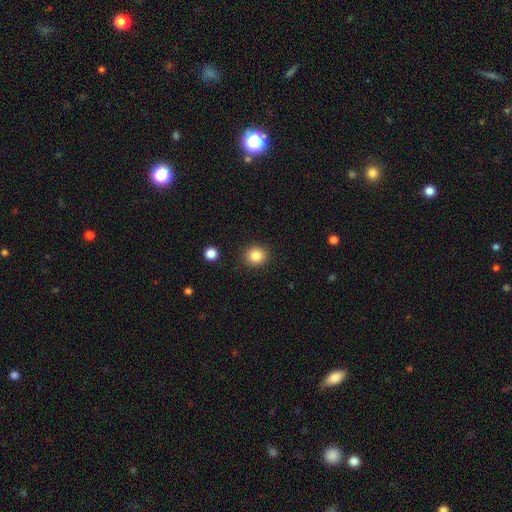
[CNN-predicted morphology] Smooth or featured?
  - smooth: 85% *
  - star or artifact: 10%
  - featured or disk: 5%
How rounded?
  - round: 81% *
  - in between: 19%
  - cigar-shaped: 1%
Merging?
  - none: 90% *
  - minor disturbance: 7%
  - major disturbance: 2%
  - merger: 2%